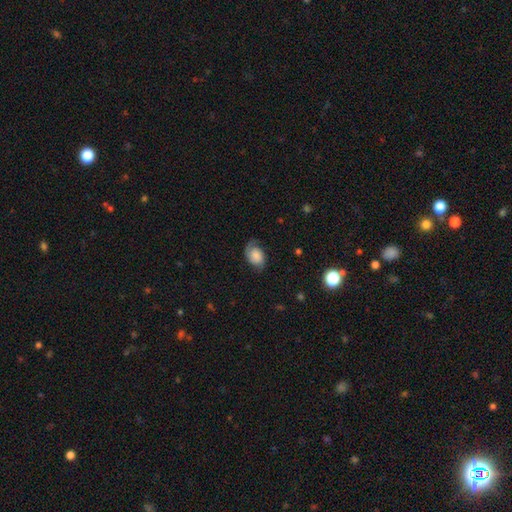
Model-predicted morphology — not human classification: Smooth or featured? featured or disk (51%)
Edge-on disk? no (97%)
Merging? none (62%)